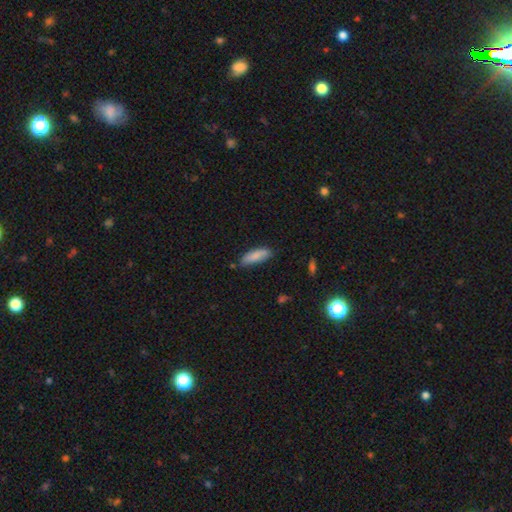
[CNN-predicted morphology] This appears to be a smooth galaxy with no disk features (84%) that is in between round and cigar-shaped (57%). Merging: none (74%).